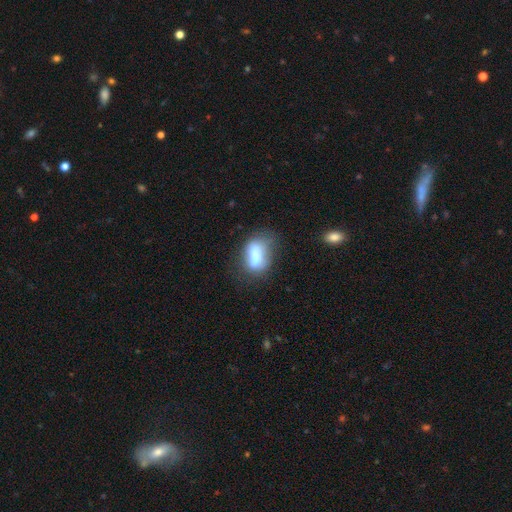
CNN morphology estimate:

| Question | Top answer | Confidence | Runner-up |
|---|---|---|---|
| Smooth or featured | smooth | 70% | featured or disk (20%) |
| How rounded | in between | 84% | round (10%) |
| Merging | none | 38% | minor disturbance (30%) |